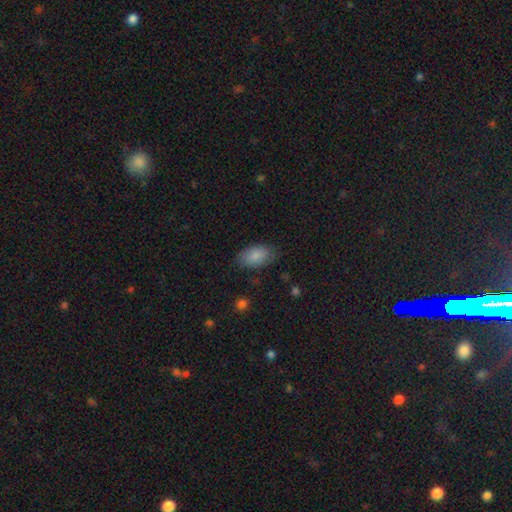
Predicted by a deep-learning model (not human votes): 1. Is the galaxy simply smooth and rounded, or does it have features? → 85% smooth, 8% featured or disk, 6% star or artifact.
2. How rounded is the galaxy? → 94% in between, 5% round, 2% cigar-shaped.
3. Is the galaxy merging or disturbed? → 78% none, 16% minor disturbance, 4% major disturbance, 1% merger.